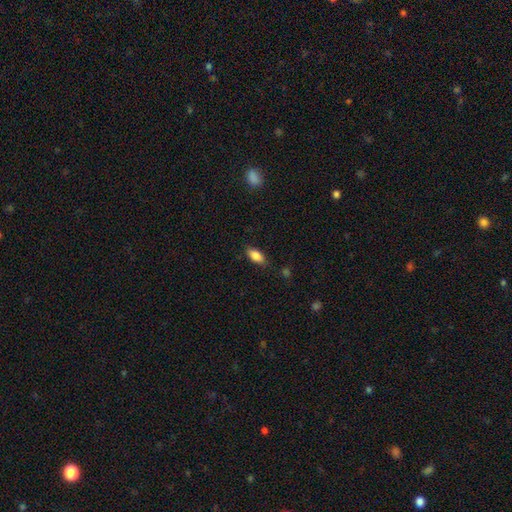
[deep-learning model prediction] Smooth or featured? Predicted: smooth (p=0.85). How rounded? Predicted: in between (p=0.87). Merging? Predicted: none (p=0.82).